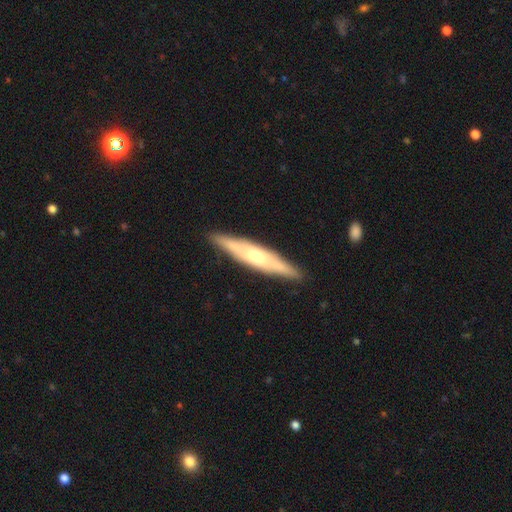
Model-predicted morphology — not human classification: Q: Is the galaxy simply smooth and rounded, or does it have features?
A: featured or disk — 70%.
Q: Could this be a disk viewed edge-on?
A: yes — 90%.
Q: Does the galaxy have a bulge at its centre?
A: rounded — 77%.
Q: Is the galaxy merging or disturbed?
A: none — 89%.